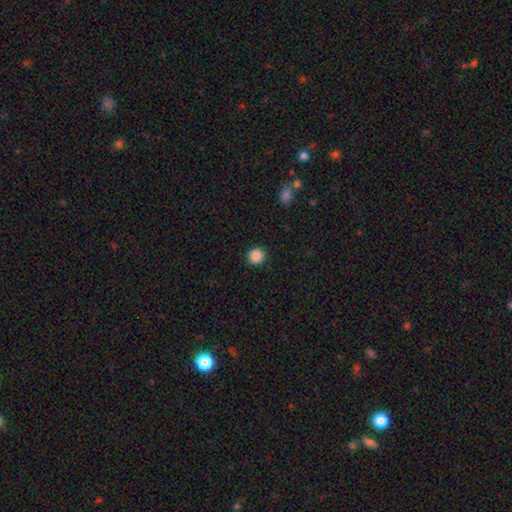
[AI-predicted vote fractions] smooth-or-featured: smooth: 88% | star or artifact: 10% | featured or disk: 3%
  how-rounded: round: 92% | in between: 7% | cigar-shaped: 1%
  merging: none: 92% | minor disturbance: 5% | major disturbance: 2% | merger: 1%